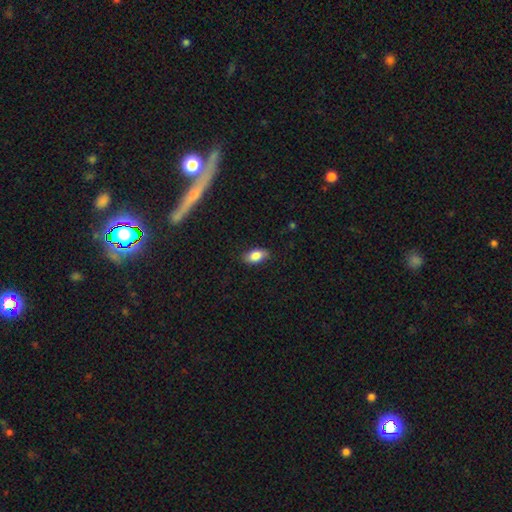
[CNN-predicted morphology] smooth_or_featured: smooth (p=0.83) [alt: featured or disk p=0.09]
how_rounded: in between (p=0.90) [alt: round p=0.05]
merging: none (p=0.83) [alt: minor disturbance p=0.13]